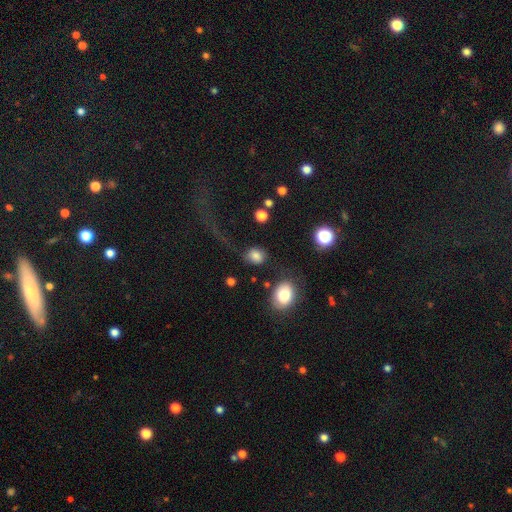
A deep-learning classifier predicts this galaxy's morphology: smooth 80%, star or artifact 11%, featured or disk 9%. Down the decision tree: how rounded — round (57%); merging — none (64%).